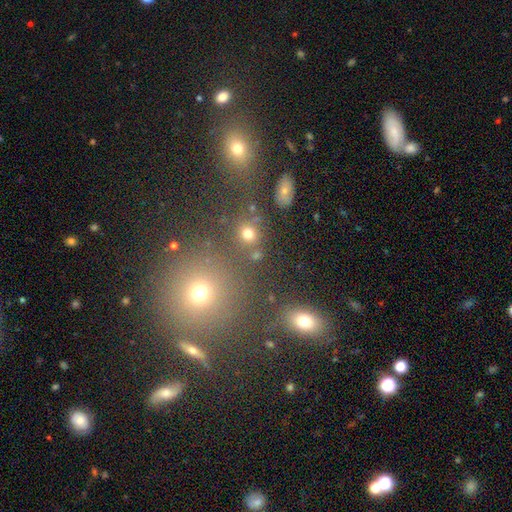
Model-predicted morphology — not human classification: Smooth or featured? Predicted: smooth (p=0.68). How rounded? Predicted: round (p=0.78). Merging? Predicted: none (p=0.74).